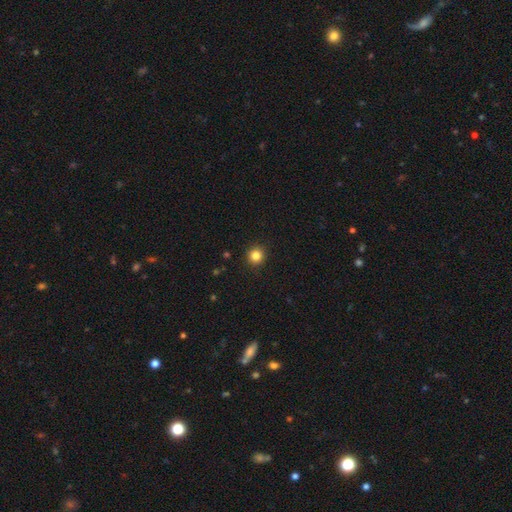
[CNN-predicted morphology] Smooth or featured: smooth — 84% (star or artifact — 12%)
How rounded: round — 94% (in between — 5%)
Merging: none — 92% (minor disturbance — 5%)